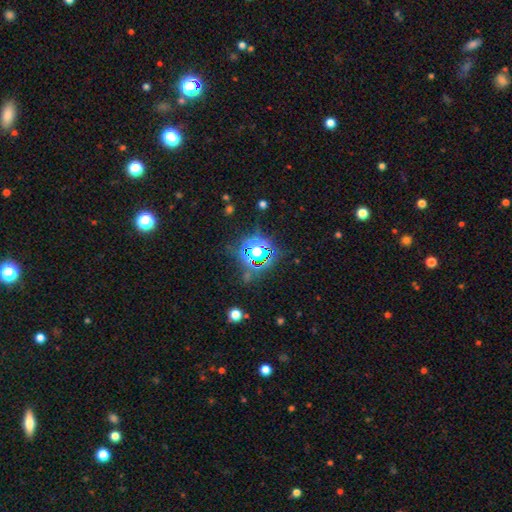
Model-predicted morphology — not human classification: Smooth or featured: star or artifact — 79% (smooth — 13%)